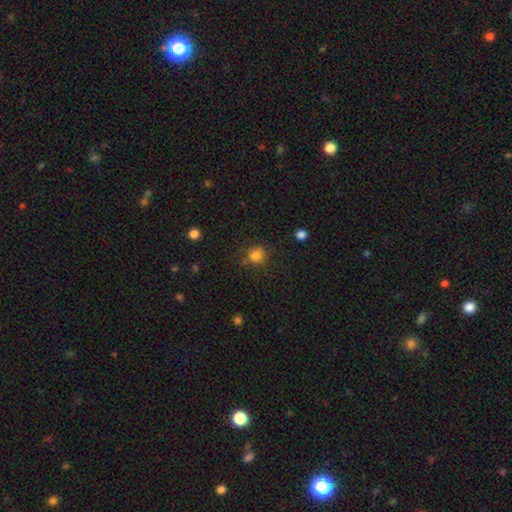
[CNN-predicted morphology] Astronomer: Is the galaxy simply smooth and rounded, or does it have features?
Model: smooth — 81%.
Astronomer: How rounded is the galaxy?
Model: round — 87%.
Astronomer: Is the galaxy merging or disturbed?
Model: none — 75%.